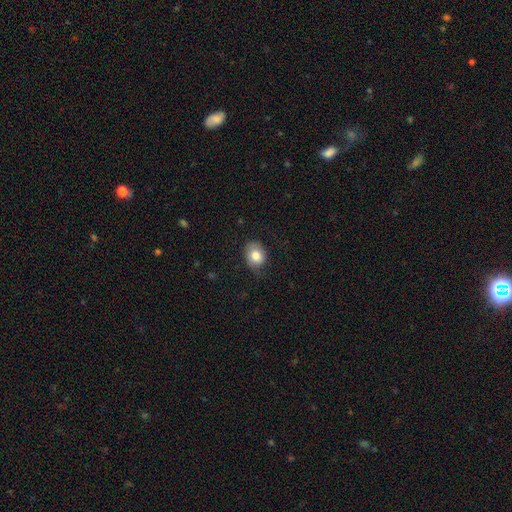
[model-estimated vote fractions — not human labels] Smooth or featured: smooth — 80% (featured or disk — 12%)
How rounded: in between — 51% (round — 48%)
Merging: none — 69% (minor disturbance — 24%)